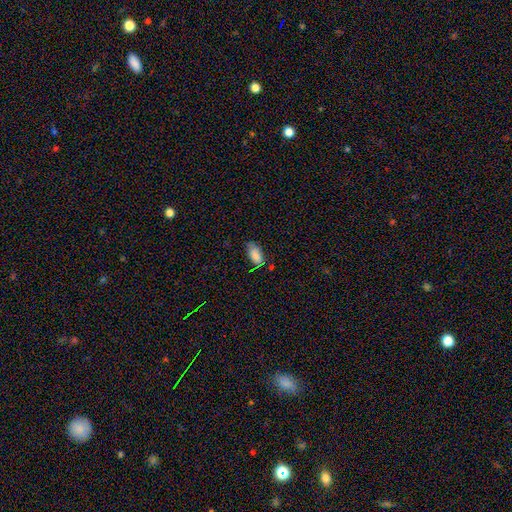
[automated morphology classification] The model was most divided on "merging": none: 62%, minor disturbance: 28%, major disturbance: 6%, merger: 4%. More confident: how rounded — in between (92%); smooth or featured — smooth (83%).